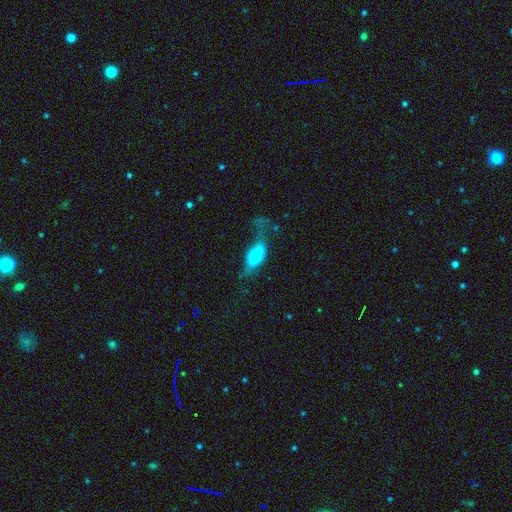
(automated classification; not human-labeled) Smooth or featured? Predicted: smooth (p=0.63). How rounded? Predicted: in between (p=0.82). Merging? Predicted: major disturbance (p=0.44).